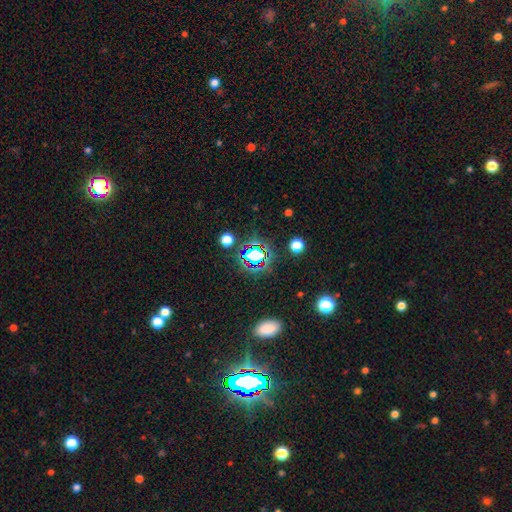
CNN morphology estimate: type=star or artifact (65%).